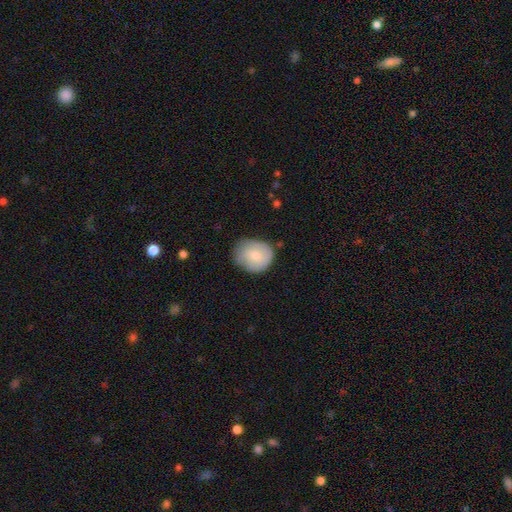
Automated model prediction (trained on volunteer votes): Smooth or featured?
  - smooth: 73% *
  - featured or disk: 21%
  - star or artifact: 6%
How rounded?
  - round: 73% *
  - in between: 26%
  - cigar-shaped: 1%
Merging?
  - none: 65% *
  - minor disturbance: 27%
  - major disturbance: 6%
  - merger: 2%